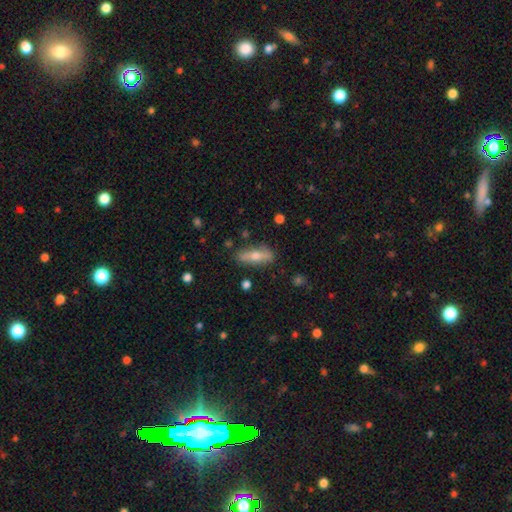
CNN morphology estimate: A smooth galaxy with no disk features (49%). Merging: none (84%).